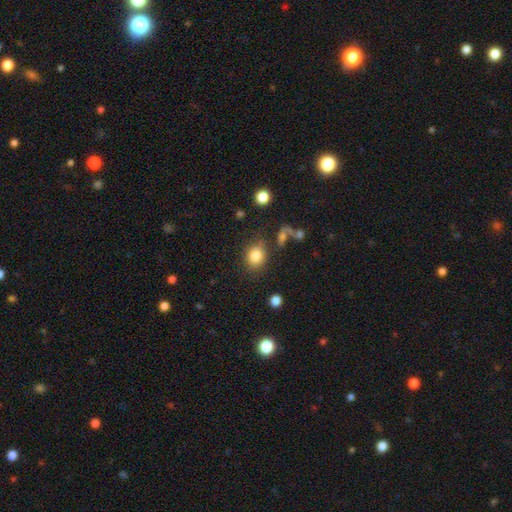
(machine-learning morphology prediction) A smooth galaxy with no disk features (82%) that is round (67%). Merging: none (76%).